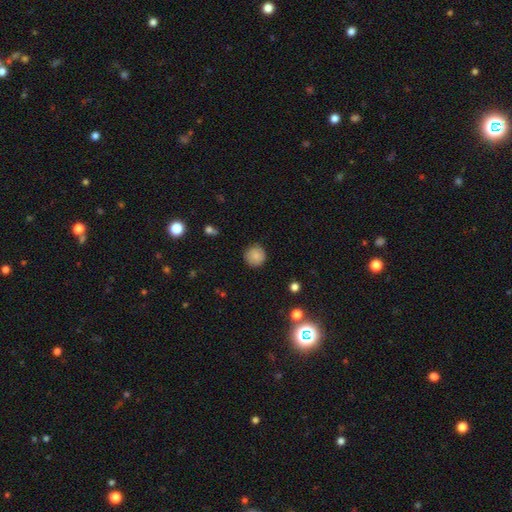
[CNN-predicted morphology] This appears to be a smooth galaxy with no disk features (85%) that is round (94%). Merging: none (89%).